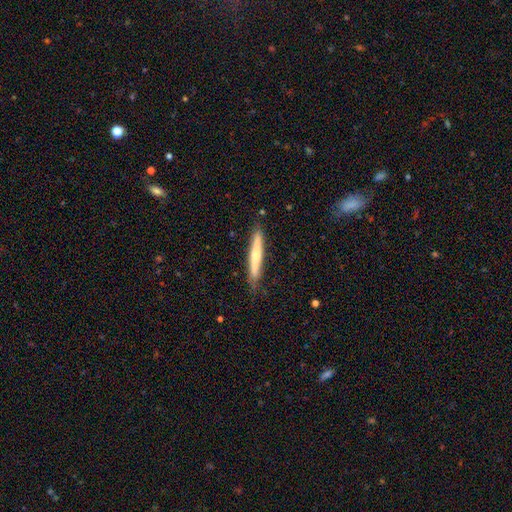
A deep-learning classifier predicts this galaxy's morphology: Smooth or featured?
  - smooth: 53% *
  - featured or disk: 42%
  - star or artifact: 6%
How rounded?
  - cigar-shaped: 95% *
  - in between: 4%
  - round: 1%
Merging?
  - none: 82% *
  - minor disturbance: 15%
  - major disturbance: 2%
  - merger: 1%